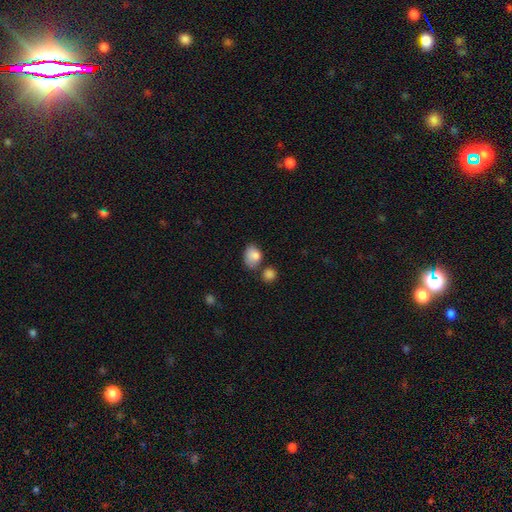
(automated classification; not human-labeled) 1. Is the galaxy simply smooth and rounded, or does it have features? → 85% smooth, 9% star or artifact, 6% featured or disk.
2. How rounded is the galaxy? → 60% in between, 39% round, 1% cigar-shaped.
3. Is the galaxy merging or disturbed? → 52% none, 21% minor disturbance, 20% merger, 7% major disturbance.